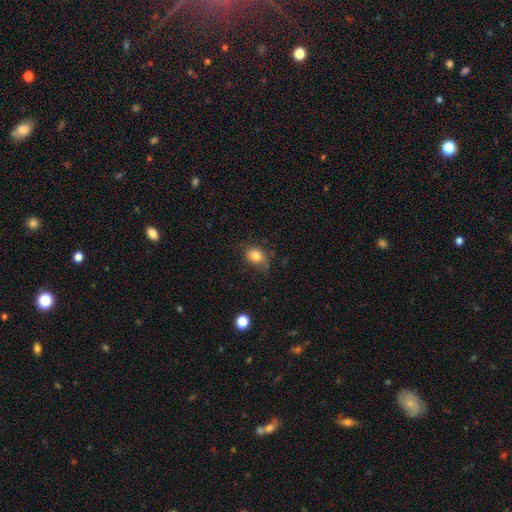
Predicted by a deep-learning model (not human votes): smooth_or_featured: smooth (p=0.82) [alt: star or artifact p=0.10]
how_rounded: in between (p=0.54) [alt: round p=0.45]
merging: none (p=0.70) [alt: minor disturbance p=0.22]